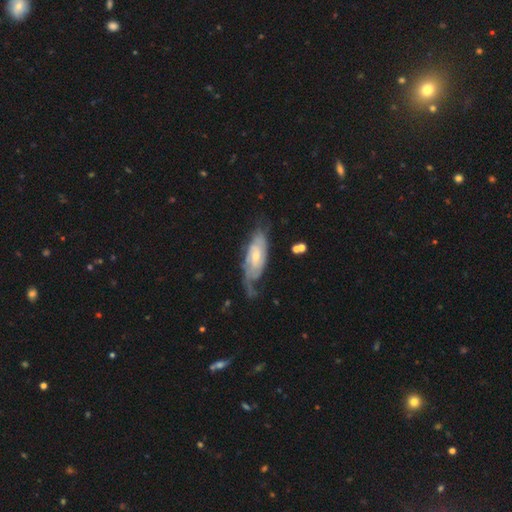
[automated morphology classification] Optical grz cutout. It shows a featured or disk galaxy (78%) with no bar (48%), 2 (43%) tight (52%) spiral arms (92%) and a moderate central bulge (49%). Merging: none (48%).